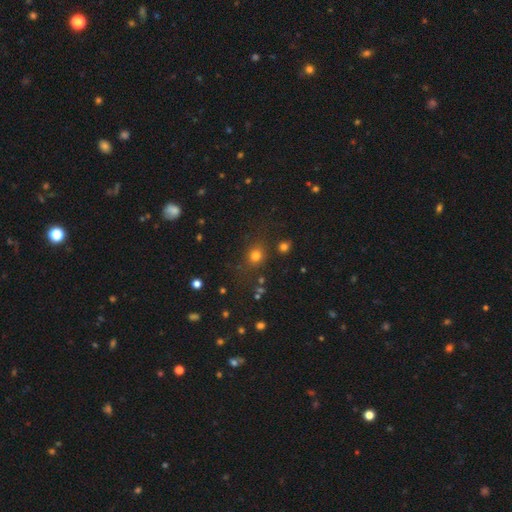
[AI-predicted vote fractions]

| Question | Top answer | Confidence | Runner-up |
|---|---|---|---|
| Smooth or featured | smooth | 76% | star or artifact (17%) |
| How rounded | round | 72% | in between (27%) |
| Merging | none | 76% | minor disturbance (12%) |